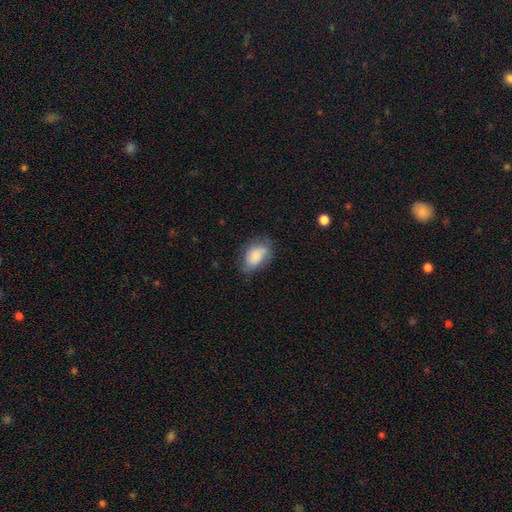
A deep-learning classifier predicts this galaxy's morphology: A smooth galaxy with no disk features (80%) that is in between round and cigar-shaped (89%). Merging: none (63%).